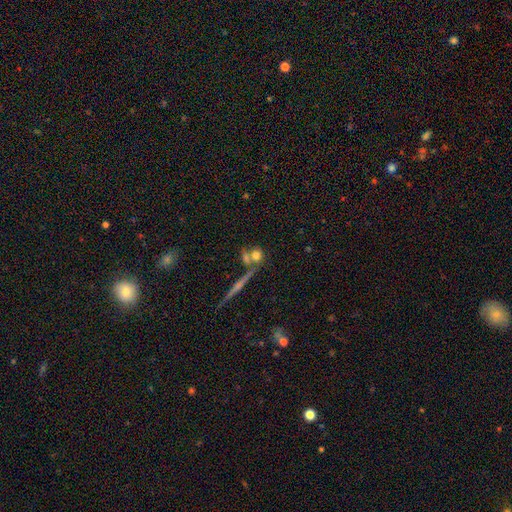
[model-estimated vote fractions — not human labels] A smooth galaxy with no disk features (67%) that is round (77%).

Vote fractions:
- Smooth or featured? smooth: 67% / featured or disk: 20% / star or artifact: 13%
- How rounded? round: 77% / in between: 15% / cigar-shaped: 8%
- Merging? none: 56% / merger: 29% / minor disturbance: 10% / major disturbance: 5%